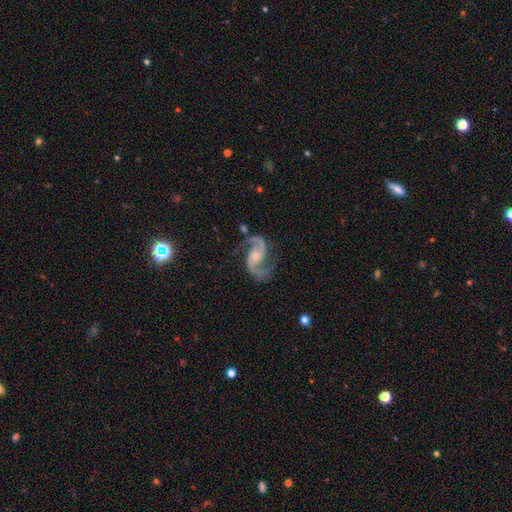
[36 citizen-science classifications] Q: Smooth or featured?
A: featured or disk (94%); runner-up: smooth (6%)
Q: Edge-on disk?
A: no (94%); runner-up: yes (6%)
Q: Bar?
A: no (56%); runner-up: weak (31%)
Q: Spiral arms?
A: yes (94%); runner-up: no (6%)
Q: Spiral winding?
A: medium (60%); runner-up: loose (40%)
Q: Spiral arm count?
A: 2 (100%)
Q: Bulge size?
A: small (59%); runner-up: moderate (34%)
Q: Merging?
A: none (64%); runner-up: minor disturbance (19%)